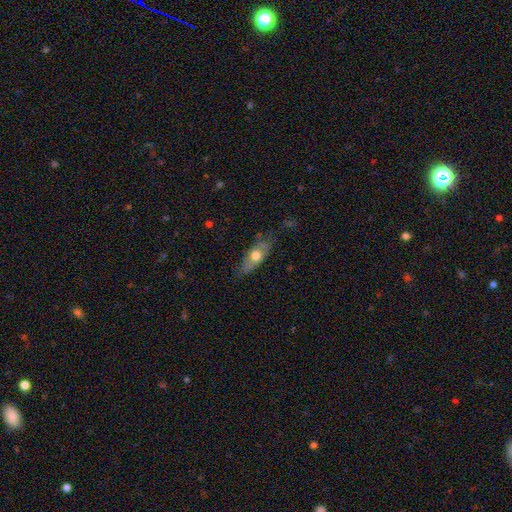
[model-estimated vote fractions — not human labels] Q: Smooth or featured?
A: smooth (56%); runner-up: featured or disk (37%)
Q: How rounded?
A: in between (65%); runner-up: cigar-shaped (30%)
Q: Merging?
A: none (66%); runner-up: minor disturbance (25%)